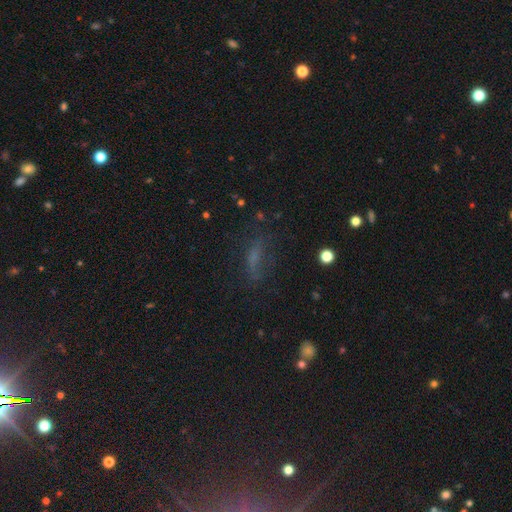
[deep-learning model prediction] A smooth galaxy with no disk features (48%).

Vote fractions:
- Smooth or featured? smooth: 48% / star or artifact: 31% / featured or disk: 21%
- Merging? none: 60% / minor disturbance: 21% / major disturbance: 15% / merger: 3%